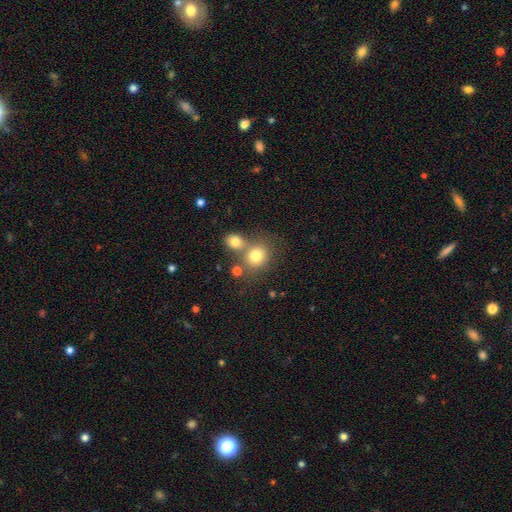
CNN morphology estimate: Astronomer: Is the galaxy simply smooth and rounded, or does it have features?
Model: smooth — 76%.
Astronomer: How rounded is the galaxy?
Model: round — 75%.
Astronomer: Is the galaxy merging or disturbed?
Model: none — 52% (runner-up: merger, 33%).